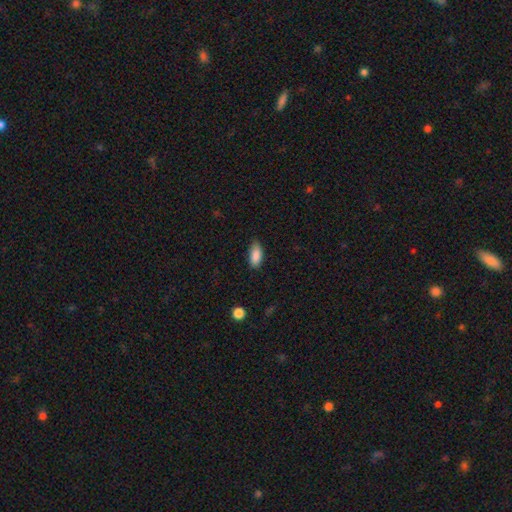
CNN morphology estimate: Overall: smooth (88%). How rounded: in between (87%). Merging: none (77%).